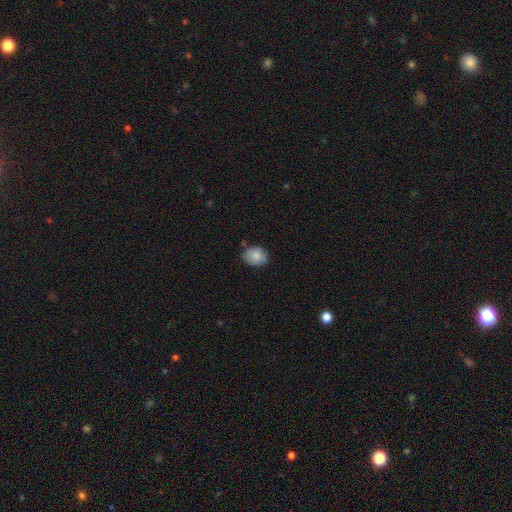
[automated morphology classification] The model was most divided on "how rounded": in between: 53%, round: 46%, cigar-shaped: 1%. More confident: smooth or featured — smooth (78%); merging — none (71%).